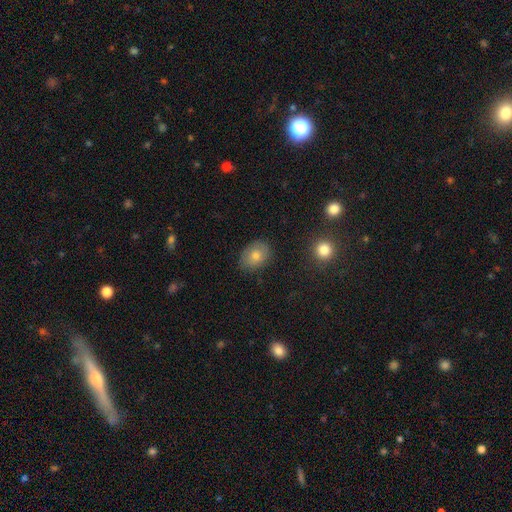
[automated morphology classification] Overall: smooth (69%). How rounded: in between (66%; round 32%). Merging: none (82%).